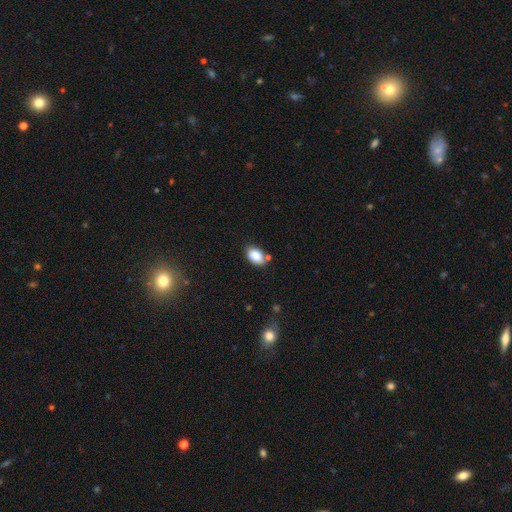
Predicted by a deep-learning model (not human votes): This appears to be a smooth galaxy with no disk features (85%) that is in between round and cigar-shaped (88%). Merging: none (73%).